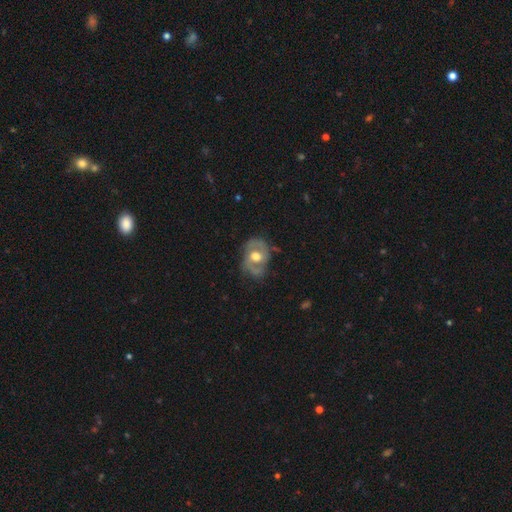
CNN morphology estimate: Q: Smooth or featured?
A: featured or disk (69%); runner-up: smooth (25%)
Q: Edge-on disk?
A: no (96%); runner-up: yes (4%)
Q: Bar?
A: no (65%); runner-up: weak (27%)
Q: Spiral arms?
A: yes (66%); runner-up: no (34%)
Q: Bulge size?
A: moderate (63%); runner-up: large (30%)
Q: Merging?
A: none (60%); runner-up: minor disturbance (25%)